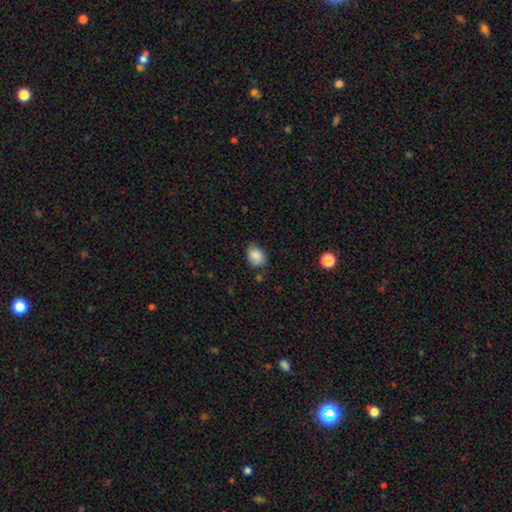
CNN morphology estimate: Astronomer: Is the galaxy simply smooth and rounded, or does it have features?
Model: smooth — 85%.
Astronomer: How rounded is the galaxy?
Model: in between — 66%.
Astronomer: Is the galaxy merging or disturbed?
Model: none — 72%.